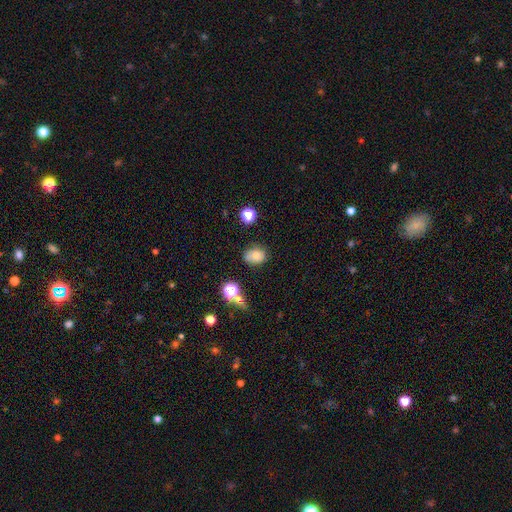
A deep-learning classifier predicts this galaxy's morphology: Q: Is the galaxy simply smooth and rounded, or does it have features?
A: smooth — 73%.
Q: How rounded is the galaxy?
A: in between — 58%.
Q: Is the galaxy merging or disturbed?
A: none — 65%.